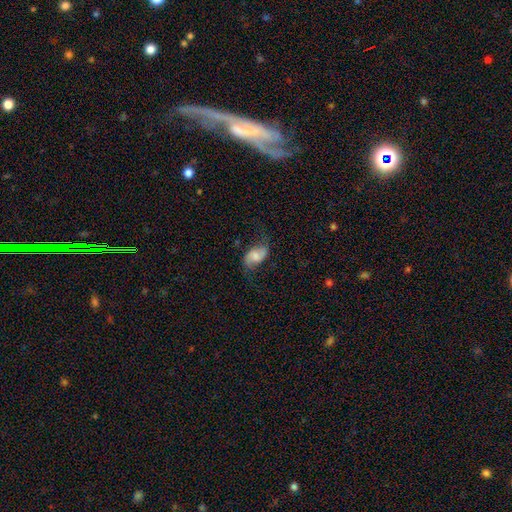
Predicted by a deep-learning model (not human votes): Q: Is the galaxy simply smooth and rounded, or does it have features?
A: featured or disk — 48%.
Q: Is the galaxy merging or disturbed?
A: none — 61%.